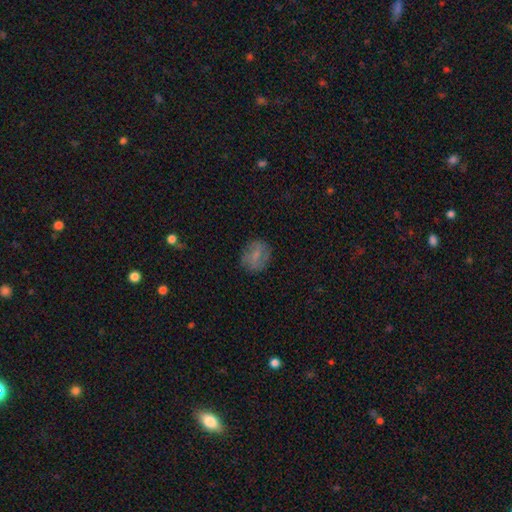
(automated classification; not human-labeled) This appears to be a smooth galaxy with no disk features (65%) that is round (65%). Merging: none (78%).